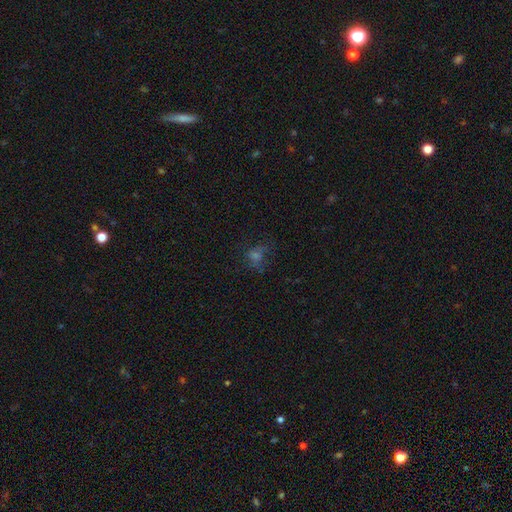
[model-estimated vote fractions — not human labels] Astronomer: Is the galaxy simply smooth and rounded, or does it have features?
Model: smooth — 41% (runner-up: star or artifact, 35%).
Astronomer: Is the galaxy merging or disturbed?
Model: none — 54%.